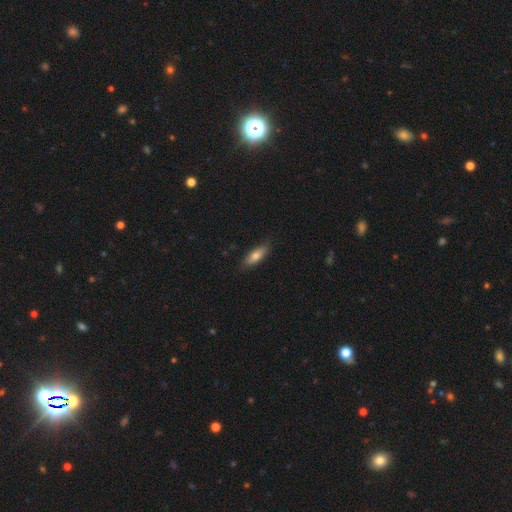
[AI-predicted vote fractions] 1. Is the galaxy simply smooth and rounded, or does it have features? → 73% smooth, 21% featured or disk, 6% star or artifact.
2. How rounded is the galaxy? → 62% in between, 36% cigar-shaped, 2% round.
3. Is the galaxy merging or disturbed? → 84% none, 13% minor disturbance, 2% major disturbance, 1% merger.